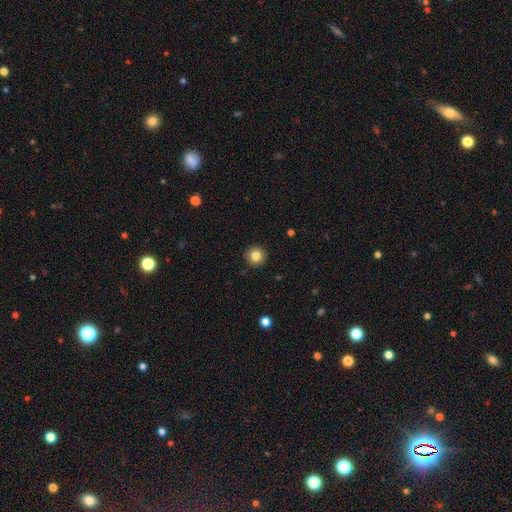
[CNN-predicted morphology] Smooth or featured?
  - smooth: 83% *
  - star or artifact: 10%
  - featured or disk: 6%
How rounded?
  - round: 95% *
  - in between: 4%
  - cigar-shaped: 1%
Merging?
  - none: 92% *
  - minor disturbance: 5%
  - major disturbance: 2%
  - merger: 1%